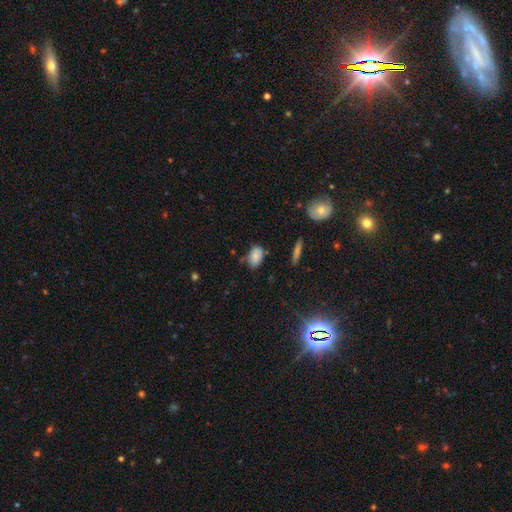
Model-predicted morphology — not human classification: The model was most divided on "merging": none: 69%, minor disturbance: 21%, merger: 5%, major disturbance: 4%. More confident: how rounded — in between (89%); smooth or featured — smooth (84%).